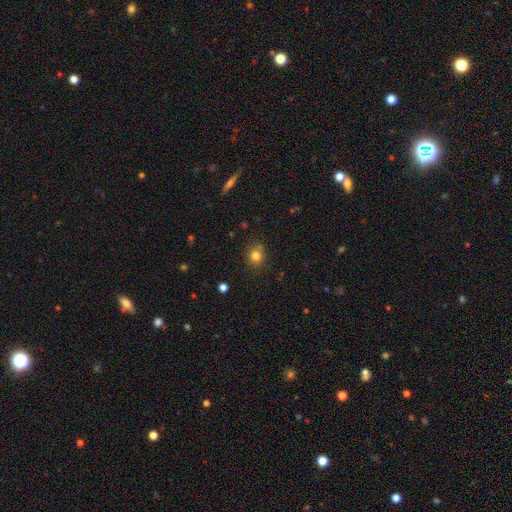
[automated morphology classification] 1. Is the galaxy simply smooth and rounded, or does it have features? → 80% smooth, 13% star or artifact, 7% featured or disk.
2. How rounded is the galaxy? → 75% round, 24% in between, 1% cigar-shaped.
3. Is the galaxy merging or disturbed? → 78% none, 13% minor disturbance, 6% merger, 3% major disturbance.